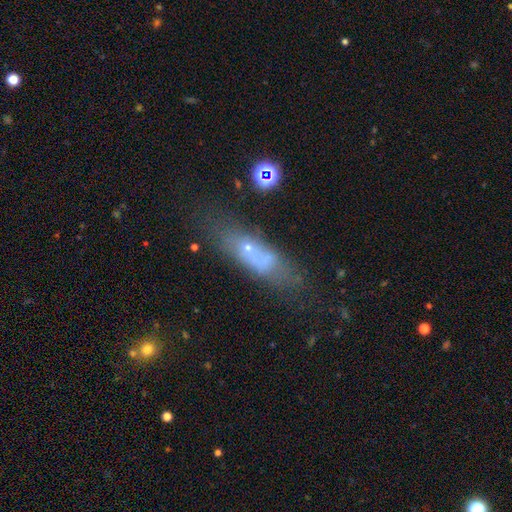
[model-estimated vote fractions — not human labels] Smooth or featured? smooth (47%)
Merging? none (46%)